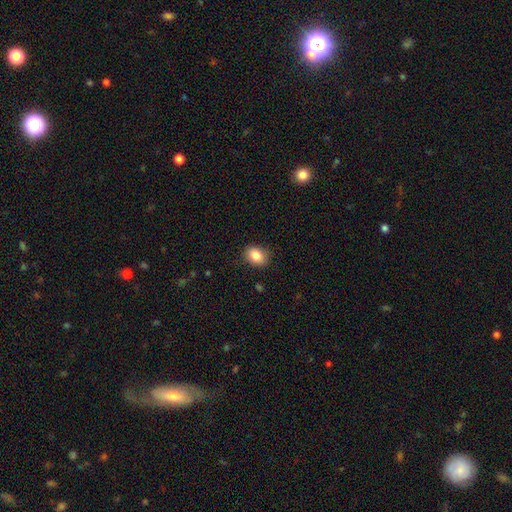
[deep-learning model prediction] smooth_or_featured: smooth (p=0.84) [alt: star or artifact p=0.09]
how_rounded: in between (p=0.63) [alt: round p=0.36]
merging: none (p=0.87) [alt: minor disturbance p=0.10]